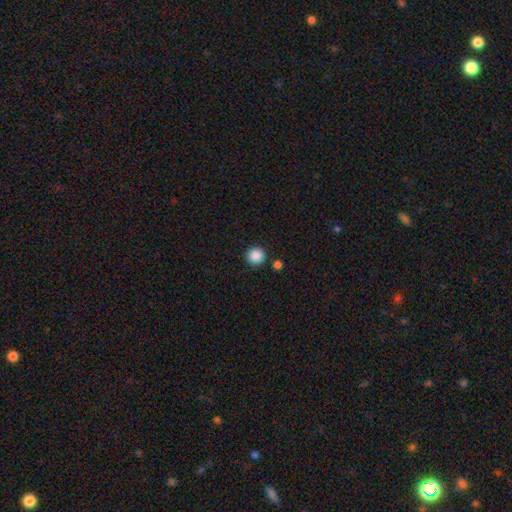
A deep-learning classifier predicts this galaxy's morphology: A smooth galaxy with no disk features (88%) that is round (94%). Merging: none (88%).